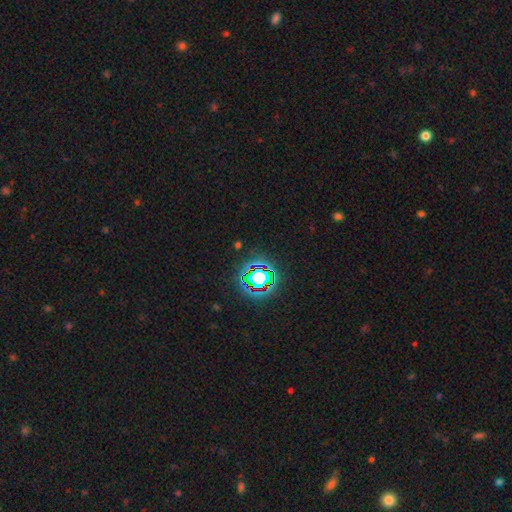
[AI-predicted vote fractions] This is likely a star or artifact rather than a galaxy (76%).